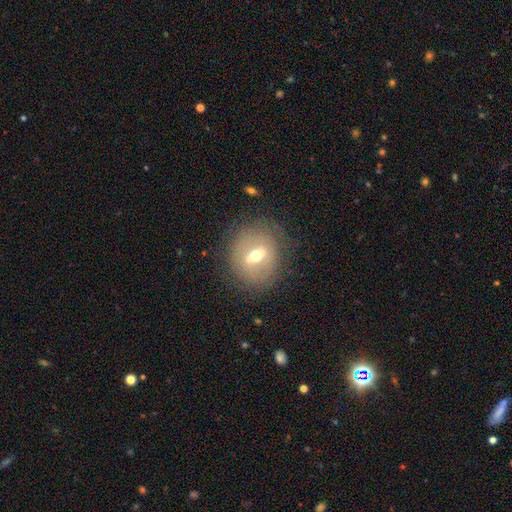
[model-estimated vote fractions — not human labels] Morphology: type=featured or disk (59%); edge-on=no (77%); merging=none (78%).